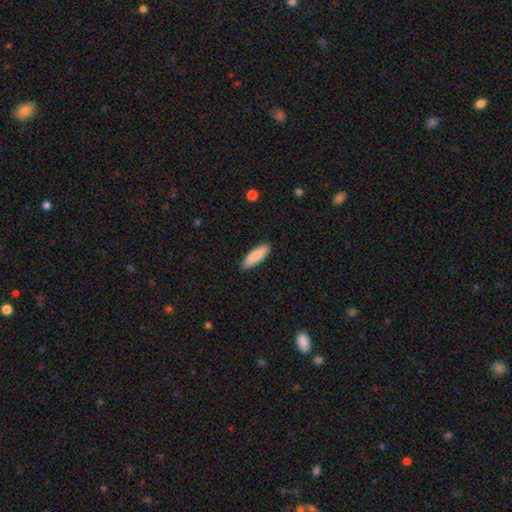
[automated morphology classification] Smooth or featured? Predicted: smooth (p=0.88). How rounded? Predicted: in between (p=0.51). Merging? Predicted: none (p=0.88).